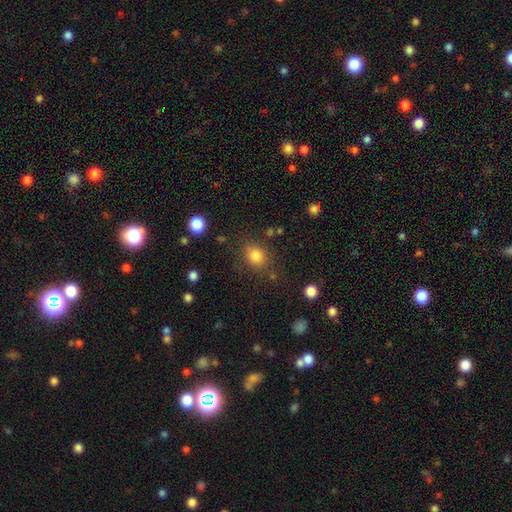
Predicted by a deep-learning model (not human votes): smooth-or-featured: smooth: 82% | star or artifact: 12% | featured or disk: 6%
  how-rounded: round: 65% | in between: 34% | cigar-shaped: 1%
  merging: none: 78% | minor disturbance: 13% | major disturbance: 6% | merger: 4%